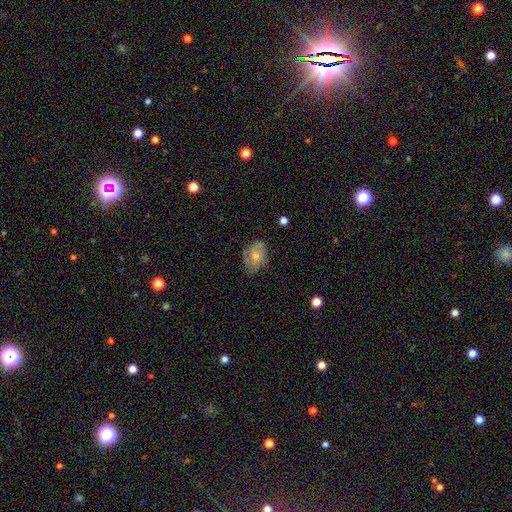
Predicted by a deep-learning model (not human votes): A smooth galaxy with no disk features (56%) that is in between round and cigar-shaped (80%).

Vote fractions:
- Smooth or featured? smooth: 56% / featured or disk: 36% / star or artifact: 8%
- How rounded? in between: 80% / round: 19% / cigar-shaped: 1%
- Merging? none: 61% / minor disturbance: 27% / major disturbance: 10% / merger: 2%